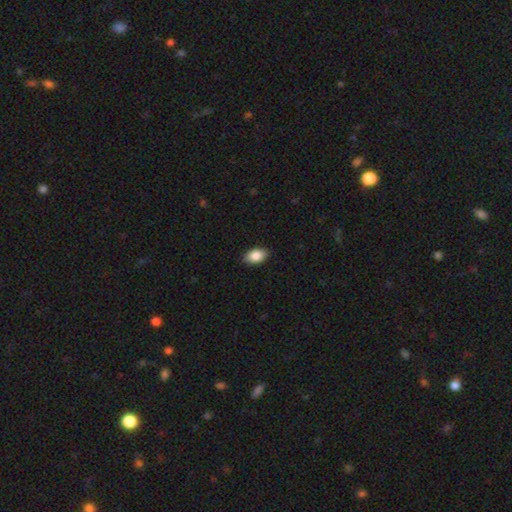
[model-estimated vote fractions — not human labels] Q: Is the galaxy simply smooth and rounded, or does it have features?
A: smooth — 89%.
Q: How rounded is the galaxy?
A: in between — 92%.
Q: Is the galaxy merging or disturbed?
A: none — 88%.